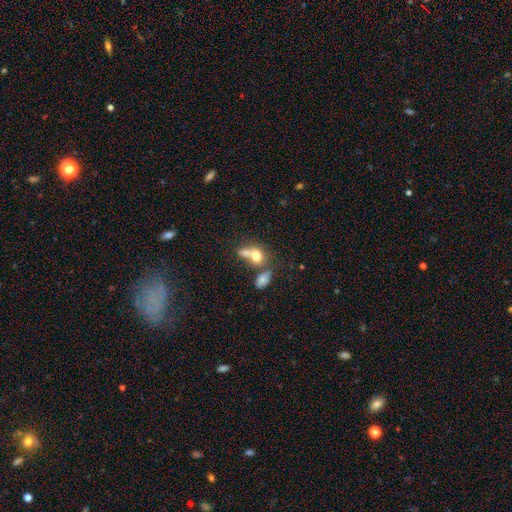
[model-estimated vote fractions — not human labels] A smooth galaxy with no disk features (72%) that is in between round and cigar-shaped (64%).

Vote fractions:
- Smooth or featured? smooth: 72% / featured or disk: 18% / star or artifact: 10%
- How rounded? in between: 64% / round: 32% / cigar-shaped: 4%
- Merging? merger: 57% / none: 24% / minor disturbance: 10% / major disturbance: 8%